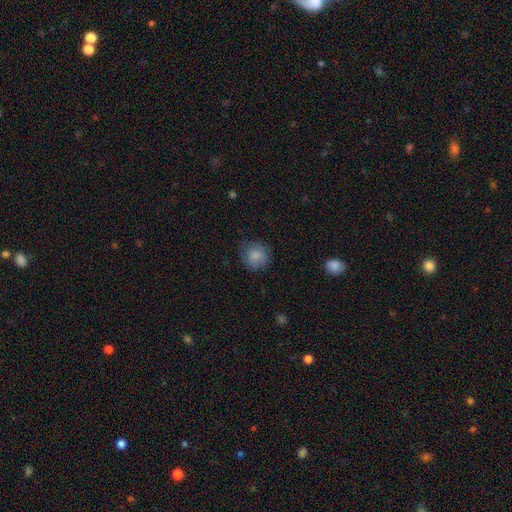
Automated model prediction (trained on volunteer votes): A smooth galaxy with no disk features (85%) that is round (89%).

Vote fractions:
- Smooth or featured? smooth: 85% / star or artifact: 8% / featured or disk: 6%
- How rounded? round: 89% / in between: 10% / cigar-shaped: 1%
- Merging? none: 76% / minor disturbance: 18% / major disturbance: 5% / merger: 1%